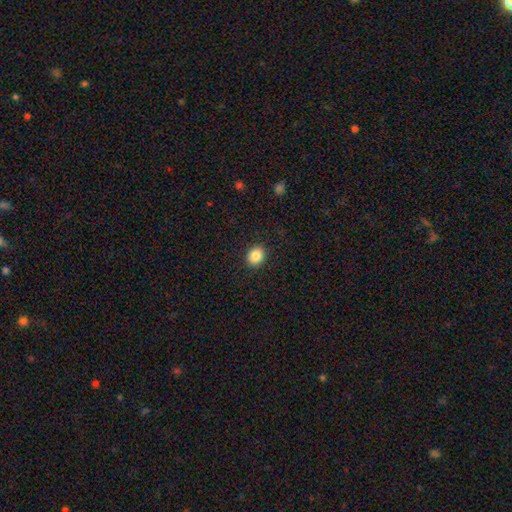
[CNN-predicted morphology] smooth_or_featured: smooth (p=0.85) [alt: star or artifact p=0.09]
how_rounded: round (p=0.64) [alt: in between p=0.35]
merging: none (p=0.91) [alt: minor disturbance p=0.06]